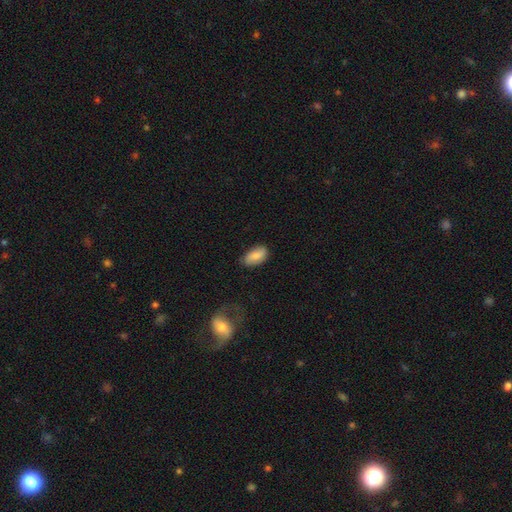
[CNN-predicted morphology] This is likely a smooth galaxy (79%). How rounded: clearly in between (93%). Merging: likely none (77%).